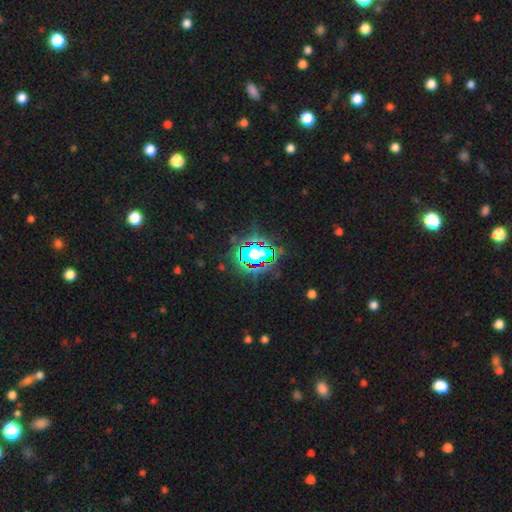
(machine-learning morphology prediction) Overall: star or artifact (66%).